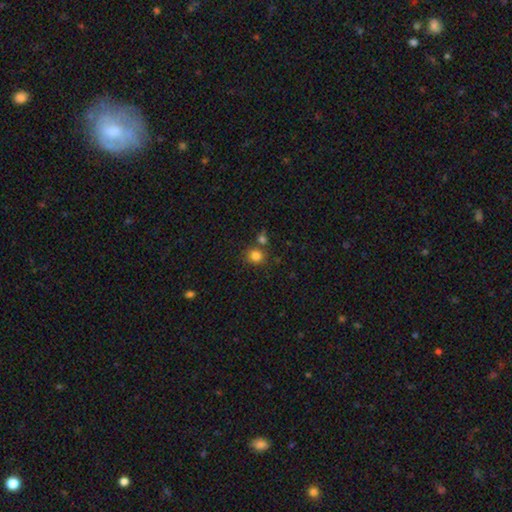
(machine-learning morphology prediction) Smooth or featured?
  - smooth: 83% *
  - star or artifact: 12%
  - featured or disk: 6%
How rounded?
  - round: 74% *
  - in between: 25%
  - cigar-shaped: 1%
Merging?
  - none: 67% *
  - merger: 18%
  - minor disturbance: 11%
  - major disturbance: 4%